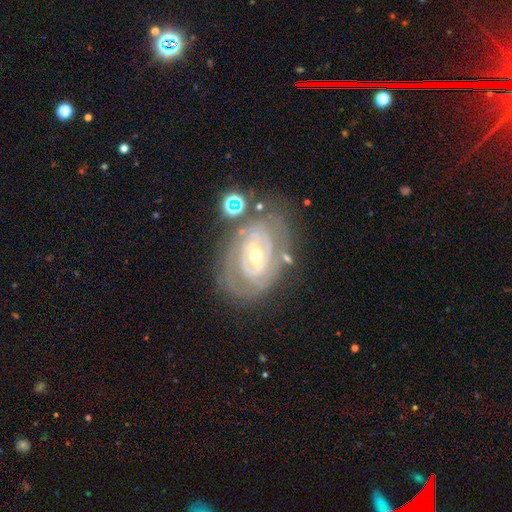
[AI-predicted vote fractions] Smooth or featured: featured or disk — 83% (smooth — 11%)
Edge-on disk: no — 95% (yes — 5%)
Bar: no — 44% (weak — 35%)
Spiral arms: yes — 74% (no — 26%)
Spiral winding: tight — 73% (medium — 21%)
Spiral arm count: can't tell — 44% (2 — 32%)
Bulge size: moderate — 49% (small — 47%)
Merging: none — 68% (minor disturbance — 17%)